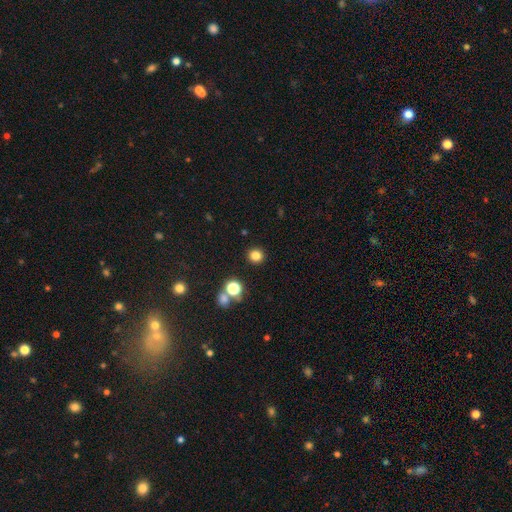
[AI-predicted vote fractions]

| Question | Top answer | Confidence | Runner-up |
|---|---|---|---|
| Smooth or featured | smooth | 81% | star or artifact (14%) |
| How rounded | round | 93% | in between (6%) |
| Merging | none | 90% | minor disturbance (5%) |